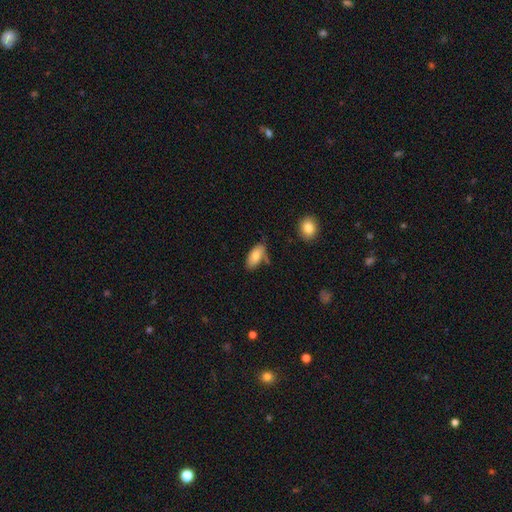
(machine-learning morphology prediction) A smooth galaxy with no disk features (79%) that is in between round and cigar-shaped (91%). Merging: none (61%).